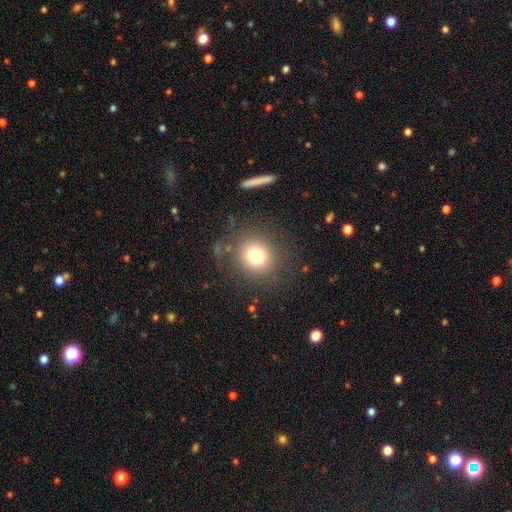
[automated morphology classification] Overall: smooth (79%). How rounded: round (90%). Merging: none (83%).